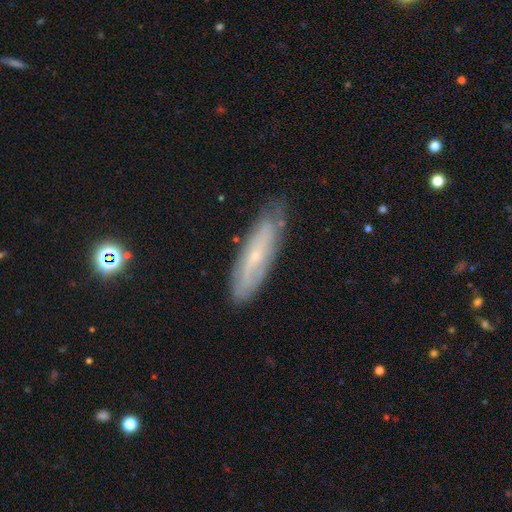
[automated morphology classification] Smooth or featured: featured or disk — 64% (smooth — 28%)
Edge-on disk: no — 67% (yes — 33%)
Merging: none — 74% (minor disturbance — 20%)